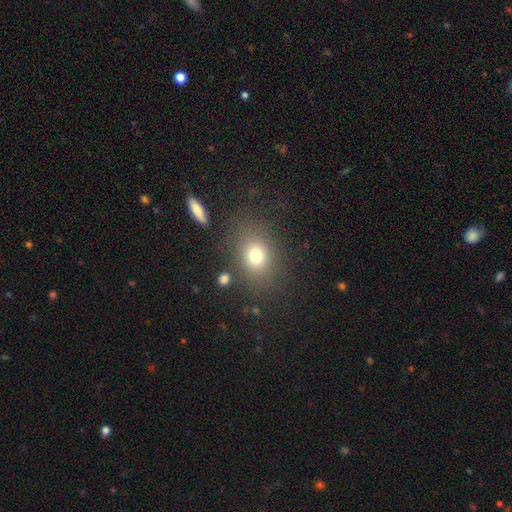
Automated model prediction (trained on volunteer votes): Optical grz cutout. It shows a smooth galaxy with no disk features (75%) that is in between round and cigar-shaped (53%). Merging: none (78%).